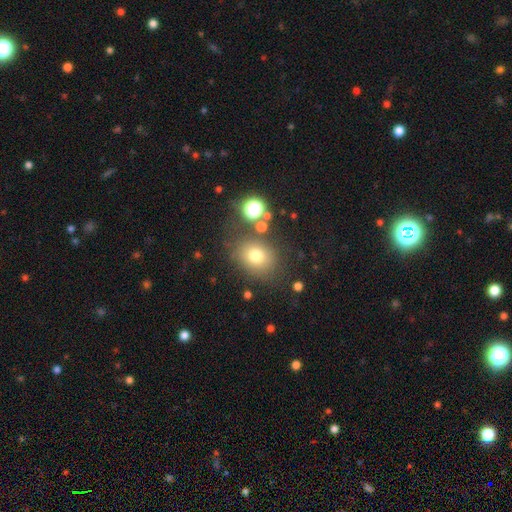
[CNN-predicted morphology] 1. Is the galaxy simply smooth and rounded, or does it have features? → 73% smooth, 16% star or artifact, 11% featured or disk.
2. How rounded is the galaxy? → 61% round, 38% in between, 1% cigar-shaped.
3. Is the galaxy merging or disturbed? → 75% none, 13% minor disturbance, 7% merger, 6% major disturbance.